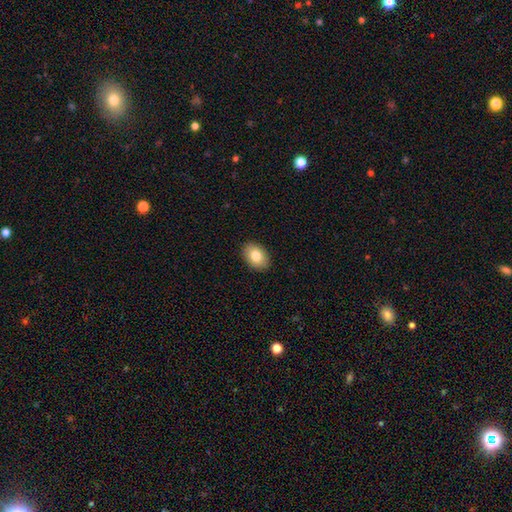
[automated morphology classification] Smooth or featured? smooth (81%)
How rounded? in between (83%)
Merging? none (90%)